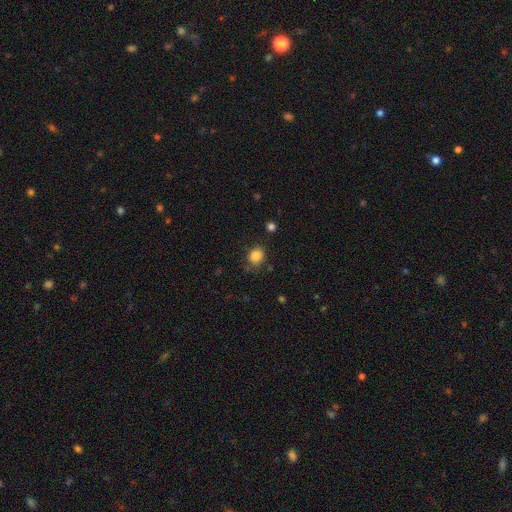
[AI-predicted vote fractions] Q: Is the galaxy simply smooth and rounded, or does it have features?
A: smooth — 86%.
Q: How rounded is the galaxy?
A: round — 59%.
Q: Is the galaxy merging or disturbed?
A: none — 76%.